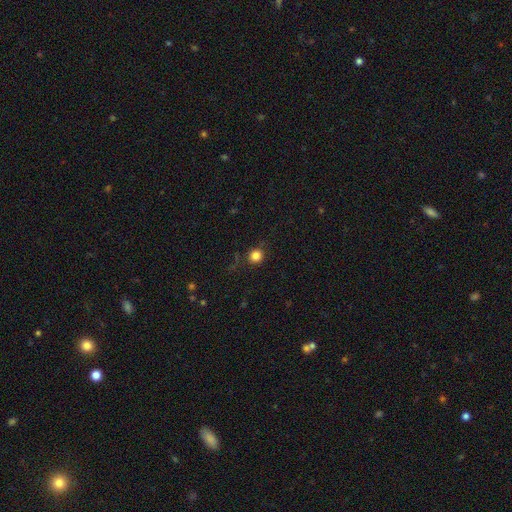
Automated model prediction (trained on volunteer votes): This appears to be a smooth galaxy with no disk features (82%) that is round (92%). Merging: none (84%).